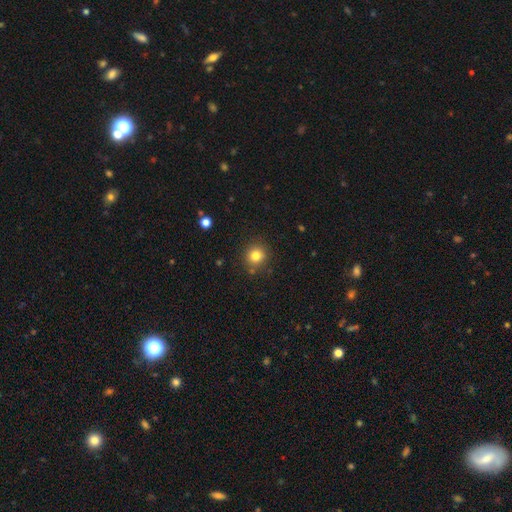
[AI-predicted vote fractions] Morphology: type=smooth (81%); roundness=round (90%); merging=none (86%).